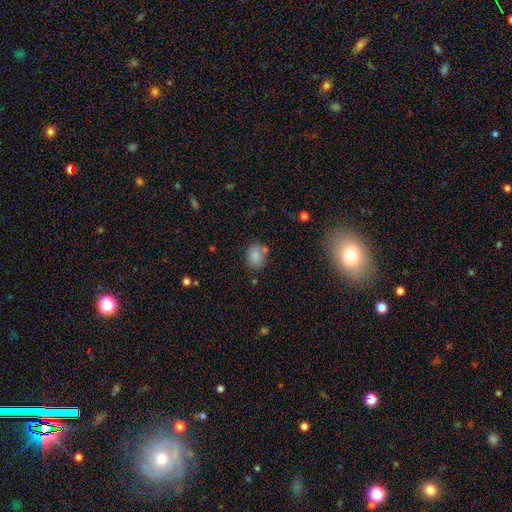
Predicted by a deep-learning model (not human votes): Smooth or featured?
  - smooth: 83% *
  - star or artifact: 10%
  - featured or disk: 7%
How rounded?
  - in between: 53% *
  - round: 46%
  - cigar-shaped: 1%
Merging?
  - none: 71% *
  - minor disturbance: 15%
  - merger: 9%
  - major disturbance: 4%